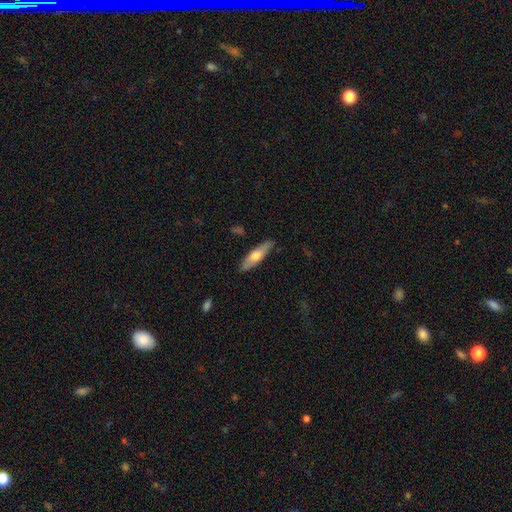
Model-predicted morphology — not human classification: This is possibly a smooth galaxy (55%). How rounded: likely cigar-shaped (65%). Merging: clearly none (87%).